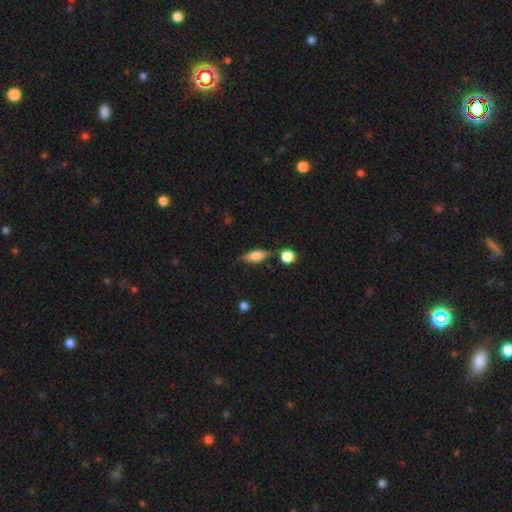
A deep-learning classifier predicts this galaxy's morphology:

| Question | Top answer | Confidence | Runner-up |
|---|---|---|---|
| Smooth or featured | smooth | 64% | featured or disk (27%) |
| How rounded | in between | 71% | cigar-shaped (23%) |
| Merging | none | 73% | minor disturbance (17%) |